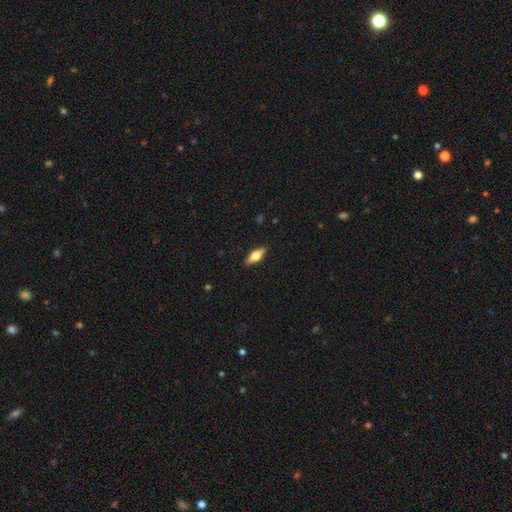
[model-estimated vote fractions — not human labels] Overall: smooth (50%; featured or disk 43%). How rounded: in between (64%; cigar-shaped 33%). Merging: none (89%).